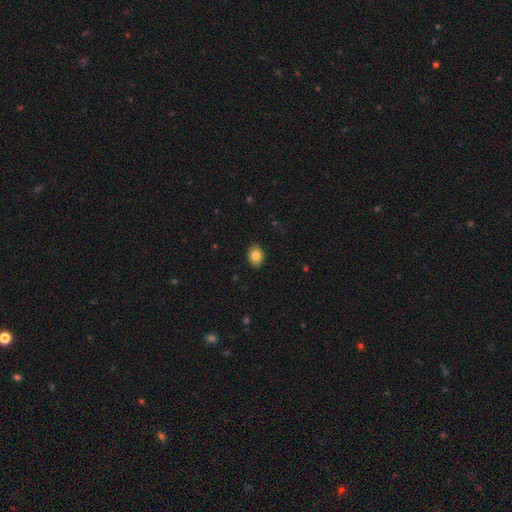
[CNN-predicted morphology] A smooth galaxy with no disk features (84%) that is in between round and cigar-shaped (60%). Merging: none (90%).